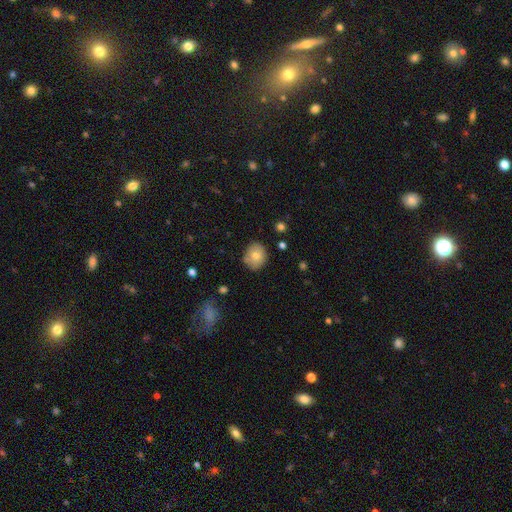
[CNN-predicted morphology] A smooth galaxy with no disk features (76%) that is round (62%). Merging: none (78%).